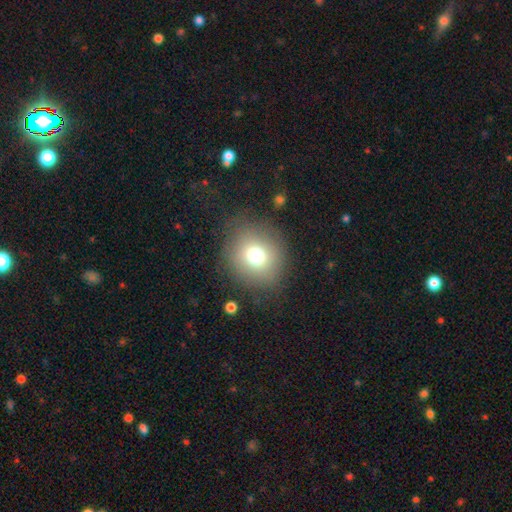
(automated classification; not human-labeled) smooth 74%, star or artifact 14%, featured or disk 12%. Down the decision tree: how rounded — round (85%); merging — none (81%).